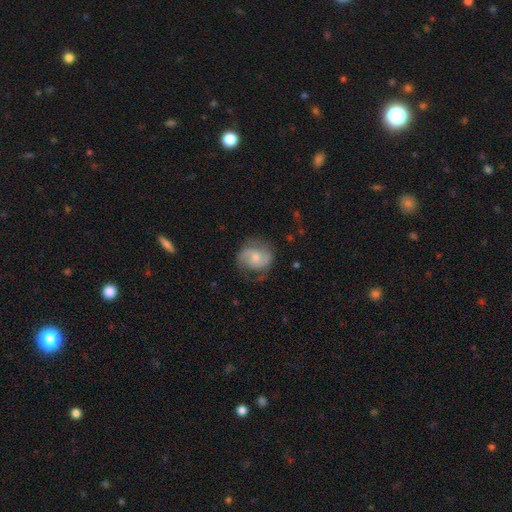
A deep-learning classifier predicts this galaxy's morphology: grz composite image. It shows a featured or disk galaxy (67%) with no bar (58%), 2 (80%) medium (46%) spiral arms (90%) and a moderate central bulge (45%). Merging: none (66%).